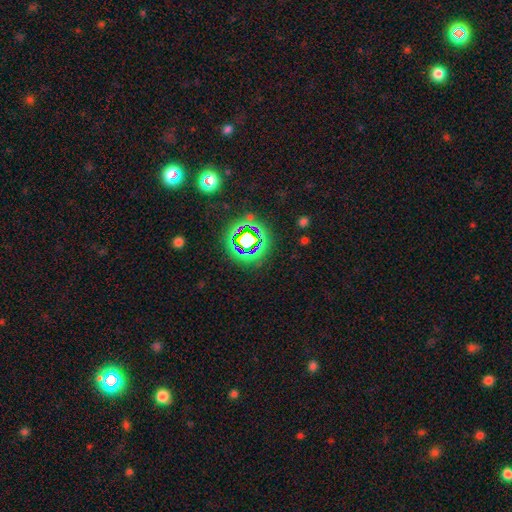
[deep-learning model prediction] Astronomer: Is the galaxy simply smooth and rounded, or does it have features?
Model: star or artifact — 75%.